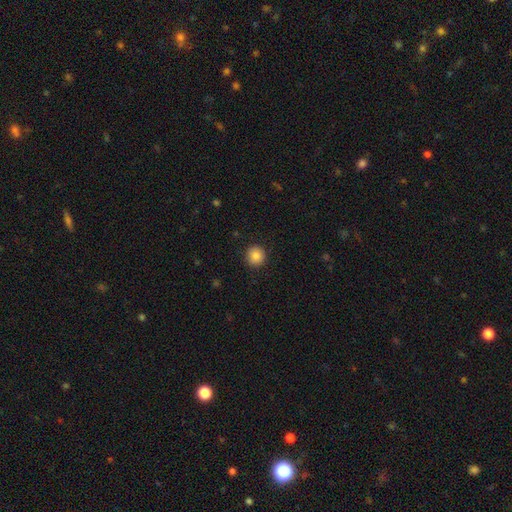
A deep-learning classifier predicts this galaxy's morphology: smooth_or_featured: smooth (p=0.84) [alt: star or artifact p=0.10]
how_rounded: round (p=0.93) [alt: in between p=0.06]
merging: none (p=0.92) [alt: minor disturbance p=0.06]